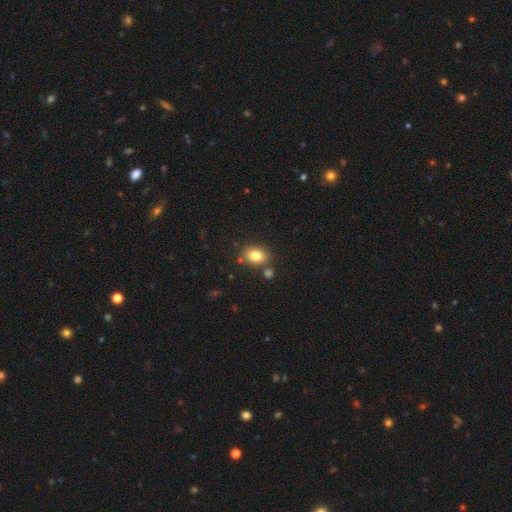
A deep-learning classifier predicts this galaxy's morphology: type=smooth (81%); roundness=in between (63%); merging=none (76%).